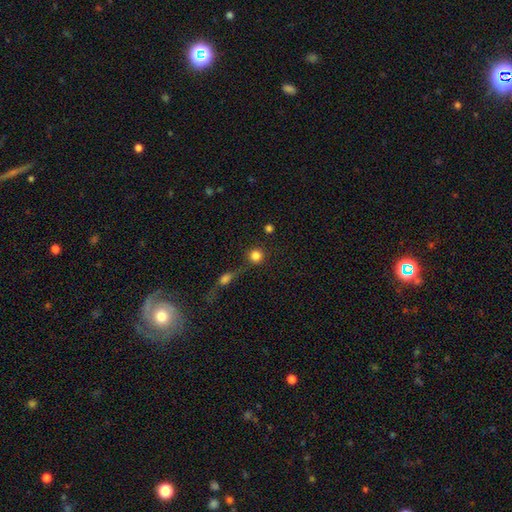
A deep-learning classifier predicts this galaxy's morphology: Smooth or featured: smooth — 83% (star or artifact — 11%)
How rounded: round — 94% (in between — 5%)
Merging: none — 73% (merger — 14%)